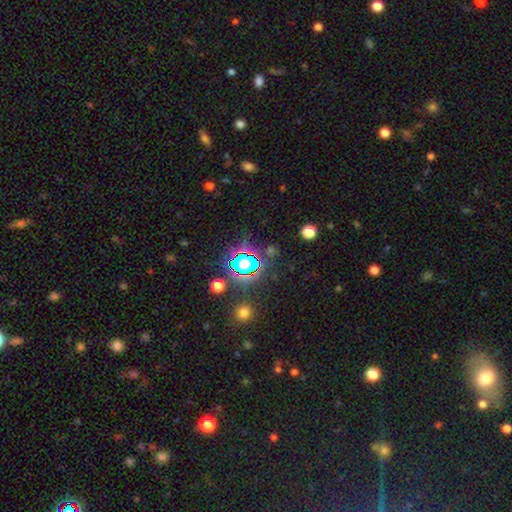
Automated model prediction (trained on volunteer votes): Morphology: type=star or artifact (79%).